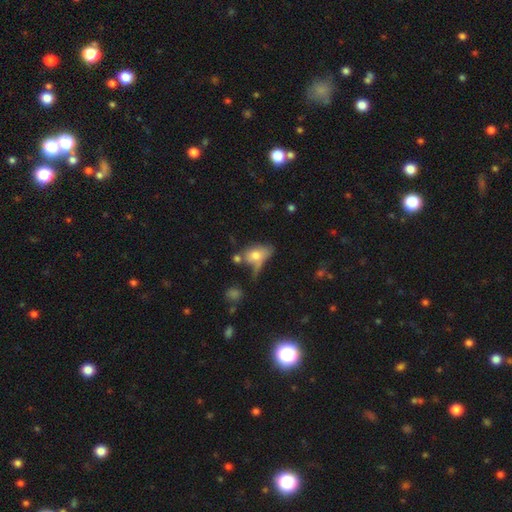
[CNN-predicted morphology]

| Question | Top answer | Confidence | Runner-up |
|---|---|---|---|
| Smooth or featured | smooth | 67% | featured or disk (22%) |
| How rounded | in between | 82% | round (14%) |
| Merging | none | 29% | merger (26%) |